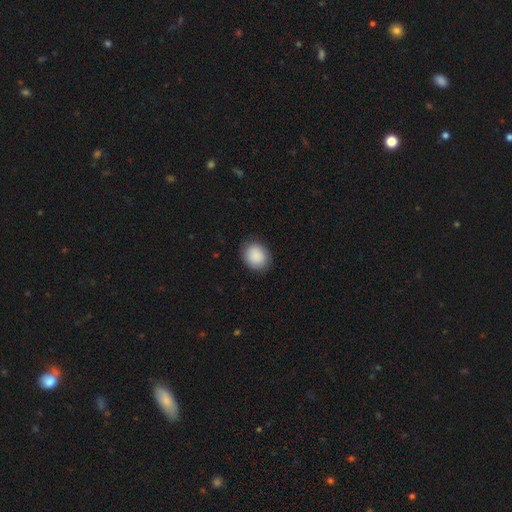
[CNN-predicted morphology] A smooth galaxy with no disk features (90%) that is round (60%). Merging: none (87%).